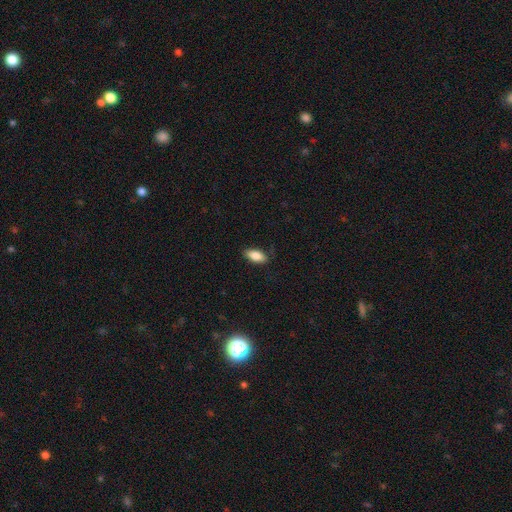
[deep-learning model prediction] smooth-or-featured: smooth: 84% | featured or disk: 9% | star or artifact: 7%
  how-rounded: in between: 87% | cigar-shaped: 10% | round: 3%
  merging: none: 84% | minor disturbance: 12% | major disturbance: 2% | merger: 1%